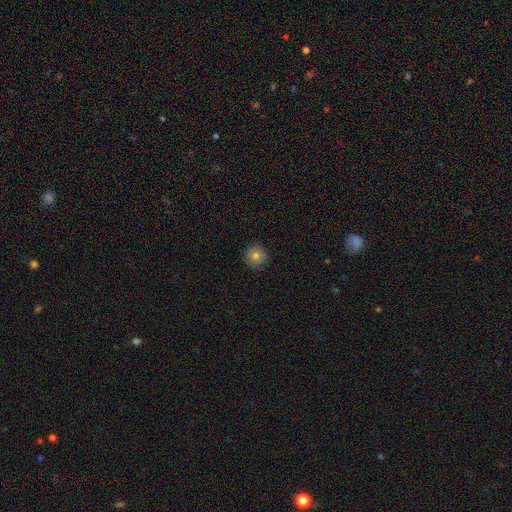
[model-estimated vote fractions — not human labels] A smooth galaxy with no disk features (80%) that is round (95%). Merging: none (91%).